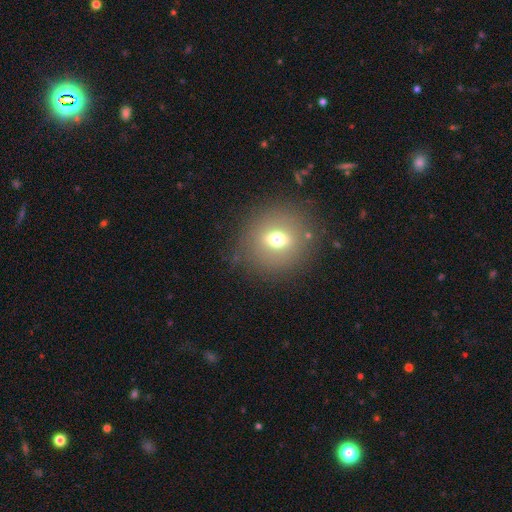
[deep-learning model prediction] Smooth or featured? smooth (63%)
How rounded? round (83%)
Merging? none (87%)